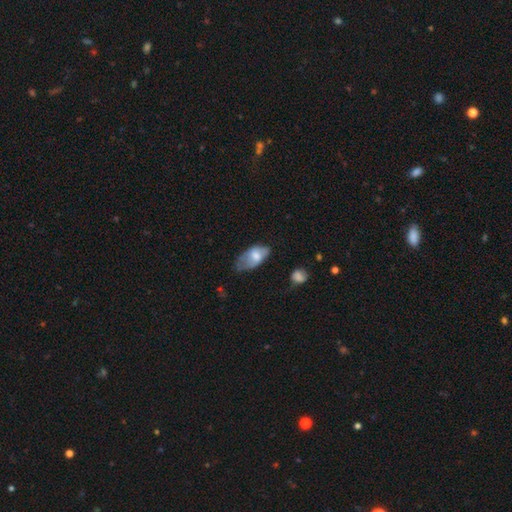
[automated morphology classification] Smooth or featured?
  - smooth: 66% *
  - featured or disk: 27%
  - star or artifact: 7%
How rounded?
  - in between: 93% *
  - round: 4%
  - cigar-shaped: 4%
Merging?
  - minor disturbance: 40% *
  - none: 38%
  - major disturbance: 19%
  - merger: 3%